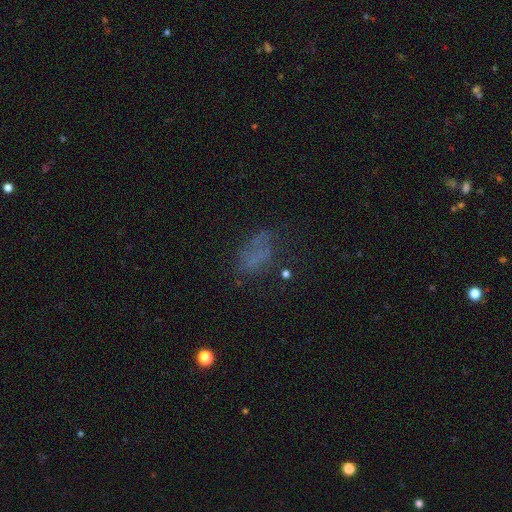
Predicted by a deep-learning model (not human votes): Smooth or featured?
  - smooth: 47% *
  - featured or disk: 27%
  - star or artifact: 26%
Merging?
  - none: 47% *
  - major disturbance: 26%
  - minor disturbance: 22%
  - merger: 5%